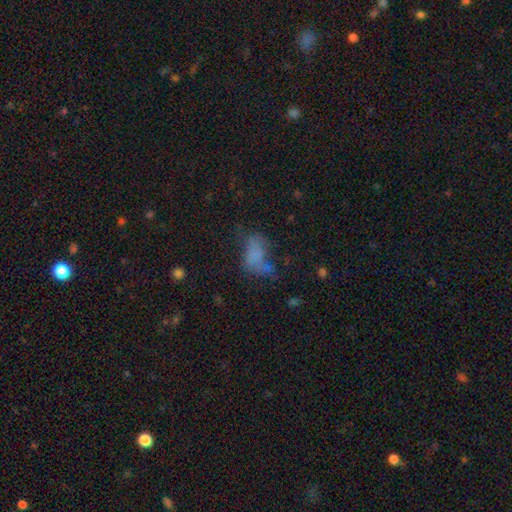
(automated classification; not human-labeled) Smooth or featured? smooth (57%)
How rounded? in between (87%)
Merging? major disturbance (39%)